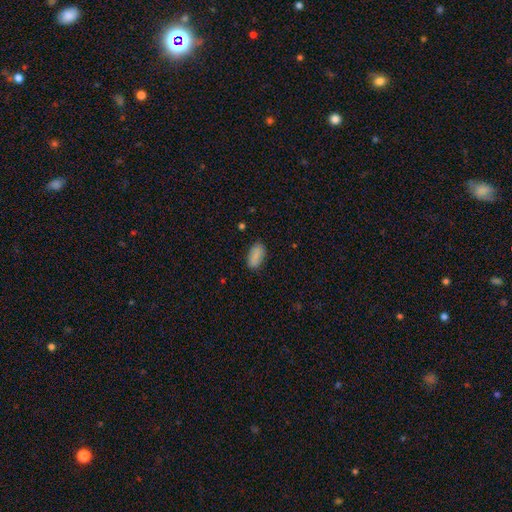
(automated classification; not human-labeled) smooth-or-featured: smooth: 84% | featured or disk: 8% | star or artifact: 7%
  how-rounded: in between: 92% | cigar-shaped: 5% | round: 3%
  merging: none: 83% | minor disturbance: 12% | major disturbance: 3% | merger: 1%